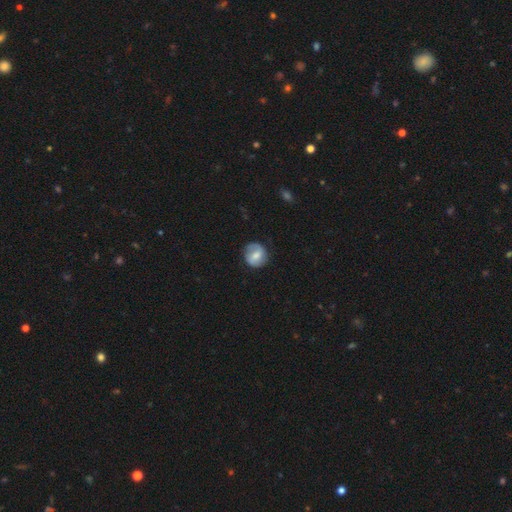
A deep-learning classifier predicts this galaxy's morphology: Smooth or featured: smooth — 50% (featured or disk — 43%)
How rounded: round — 84% (in between — 14%)
Merging: none — 80% (minor disturbance — 14%)